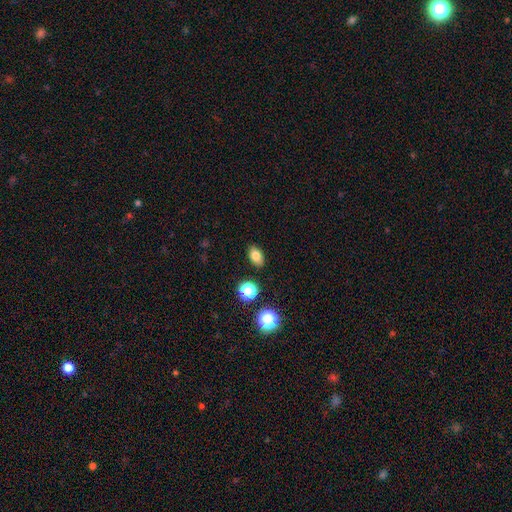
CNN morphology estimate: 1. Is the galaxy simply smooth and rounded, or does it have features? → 79% smooth, 12% star or artifact, 8% featured or disk.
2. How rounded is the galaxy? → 85% in between, 13% round, 2% cigar-shaped.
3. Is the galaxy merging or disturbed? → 87% none, 9% minor disturbance, 2% major disturbance, 2% merger.